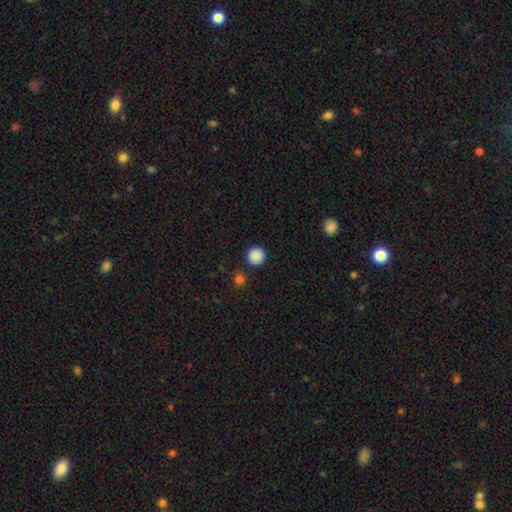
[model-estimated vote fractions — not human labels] Morphology: type=smooth (88%); roundness=round (94%); merging=none (88%).